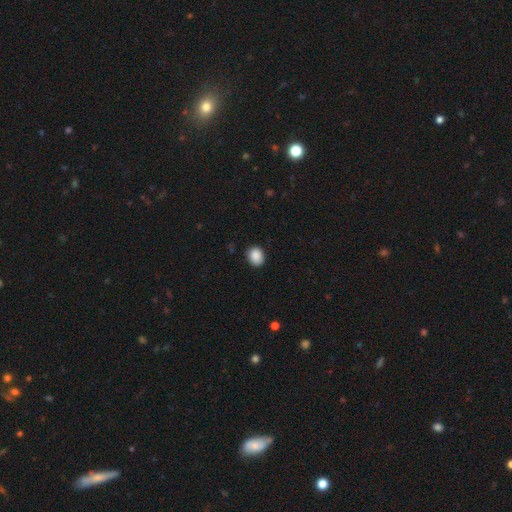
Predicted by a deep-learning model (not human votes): smooth 89%, star or artifact 8%, featured or disk 3%. Down the decision tree: how rounded — round (55%); merging — none (86%).